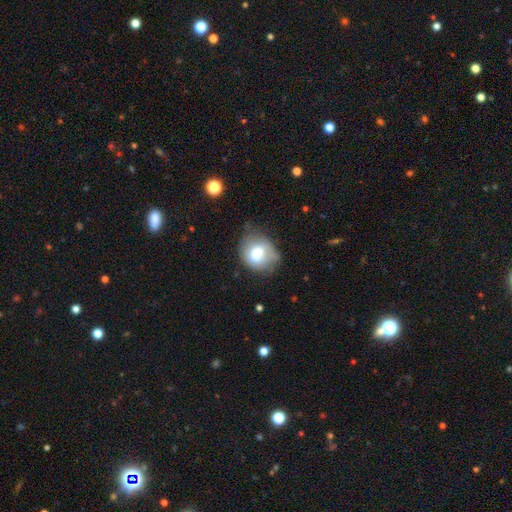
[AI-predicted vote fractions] Q: Smooth or featured?
A: smooth (69%); runner-up: featured or disk (22%)
Q: How rounded?
A: round (59%); runner-up: in between (40%)
Q: Merging?
A: none (46%); runner-up: minor disturbance (35%)